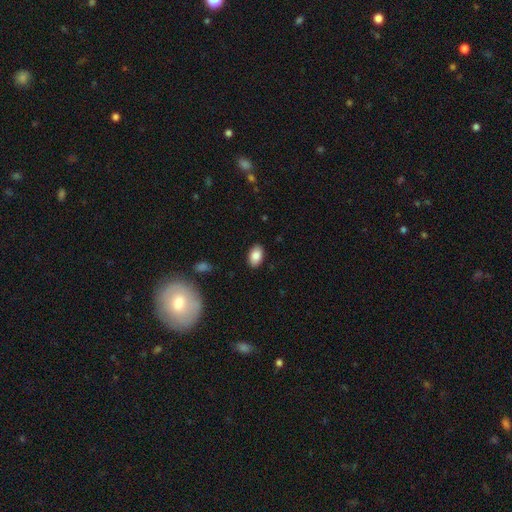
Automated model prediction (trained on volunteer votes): smooth 86%, star or artifact 7%, featured or disk 6%. Down the decision tree: how rounded — in between (90%); merging — none (87%).